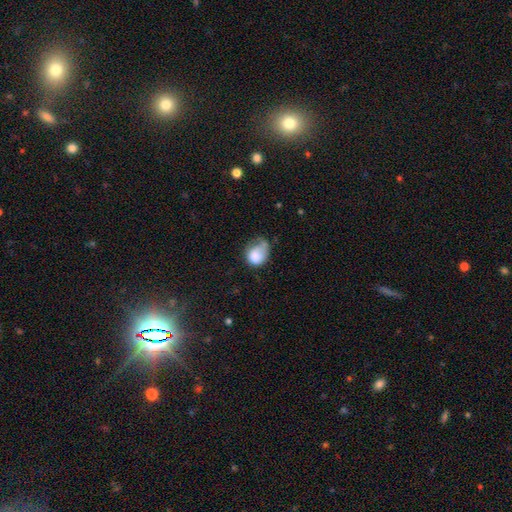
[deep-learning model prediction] smooth 76%, featured or disk 17%, star or artifact 8%. Down the decision tree: how rounded — round (50%); merging — major disturbance (36%).